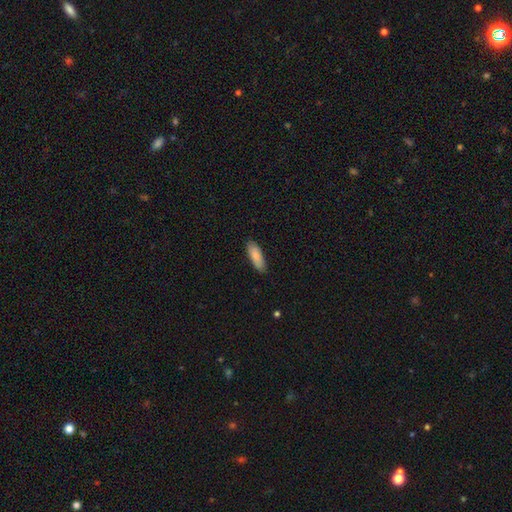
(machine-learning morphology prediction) This appears to be a smooth galaxy with no disk features (85%) that is in between round and cigar-shaped (63%). Merging: none (85%).